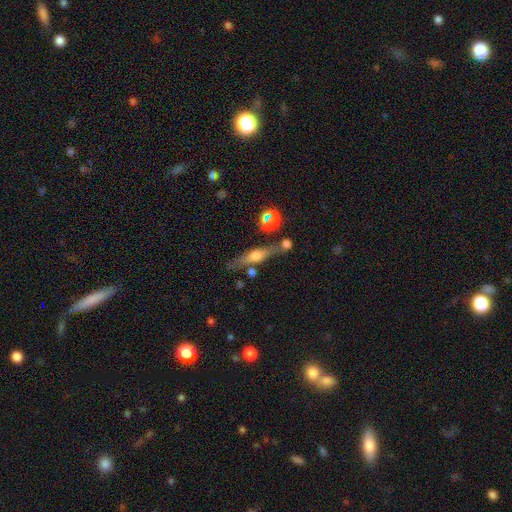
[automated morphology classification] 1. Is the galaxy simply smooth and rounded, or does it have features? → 62% featured or disk, 29% smooth, 10% star or artifact.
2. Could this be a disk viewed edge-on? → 92% yes, 8% no.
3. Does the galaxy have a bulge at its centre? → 90% rounded, 7% boxy, 4% none.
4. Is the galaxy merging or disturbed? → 68% none, 14% merger, 13% minor disturbance, 4% major disturbance.